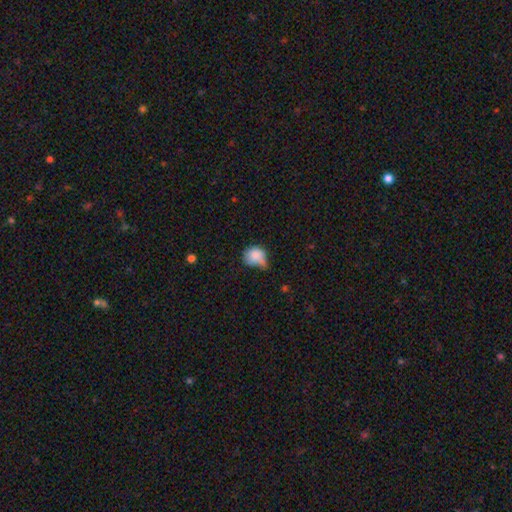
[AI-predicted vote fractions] smooth_or_featured: smooth (p=0.80) [alt: featured or disk p=0.11]
how_rounded: round (p=0.62) [alt: in between p=0.37]
merging: minor disturbance (p=0.40) [alt: none p=0.30]